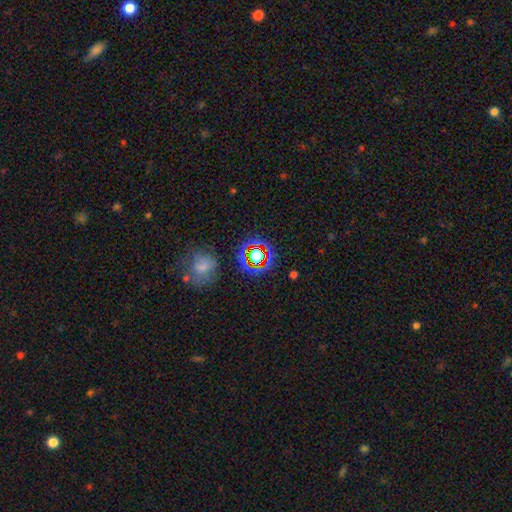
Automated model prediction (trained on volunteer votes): Q: Smooth or featured?
A: star or artifact (57%); runner-up: smooth (30%)